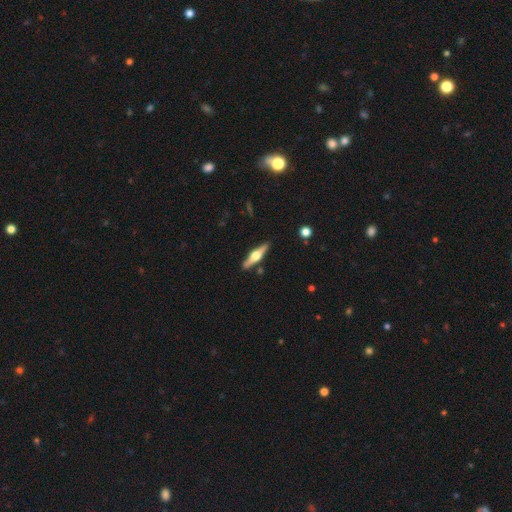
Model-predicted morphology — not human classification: type=featured or disk (70%); edge-on=yes (97%); edge-on bulge=rounded (94%); merging=none (88%).